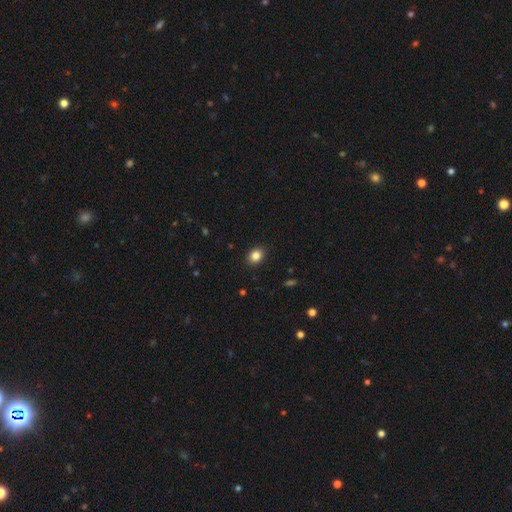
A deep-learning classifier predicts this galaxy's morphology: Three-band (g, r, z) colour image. It shows a smooth galaxy with no disk features (84%) that is in between round and cigar-shaped (51%). Merging: none (90%).